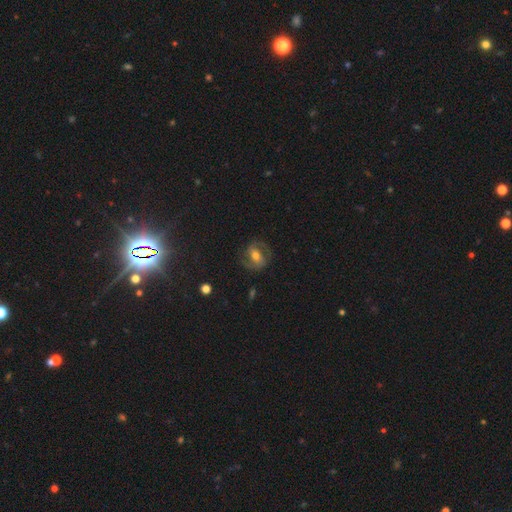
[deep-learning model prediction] A featured or disk galaxy (71%) with a weak bar (38%), 2 (89%) medium (54%) spiral arms (88%) and a moderate central bulge (63%). Merging: none (76%).